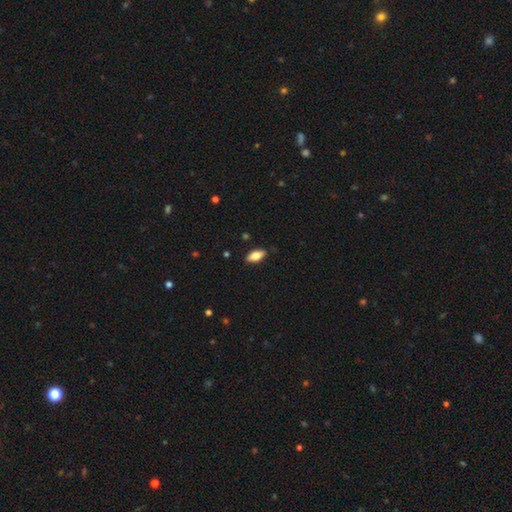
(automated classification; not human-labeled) A smooth galaxy with no disk features (71%) that is in between round and cigar-shaped (86%). Merging: none (86%).